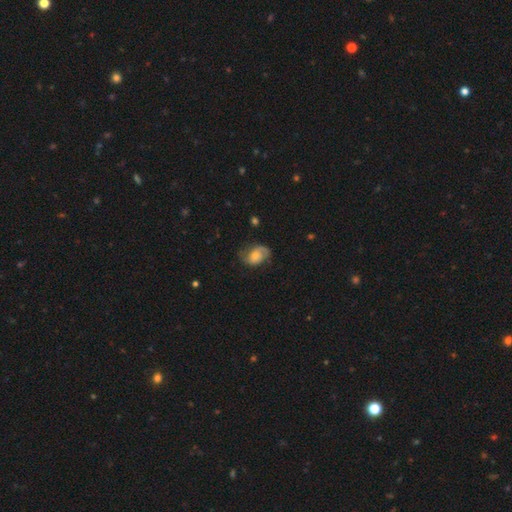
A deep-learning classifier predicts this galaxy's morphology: Q: Smooth or featured?
A: featured or disk (63%); runner-up: smooth (30%)
Q: Edge-on disk?
A: no (97%); runner-up: yes (3%)
Q: Bar?
A: no (68%); runner-up: weak (27%)
Q: Spiral arms?
A: yes (89%); runner-up: no (11%)
Q: Spiral winding?
A: medium (43%); runner-up: loose (32%)
Q: Spiral arm count?
A: 2 (72%); runner-up: 1 (15%)
Q: Bulge size?
A: moderate (47%); runner-up: small (41%)
Q: Merging?
A: none (60%); runner-up: minor disturbance (25%)